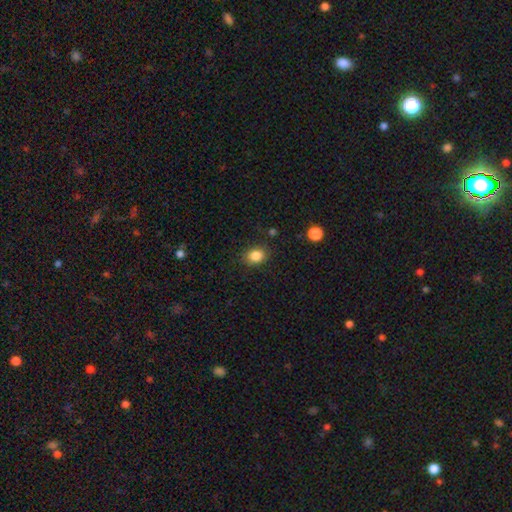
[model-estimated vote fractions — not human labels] This is clearly a smooth galaxy (85%). How rounded: possibly round (51%). Merging: clearly none (84%).